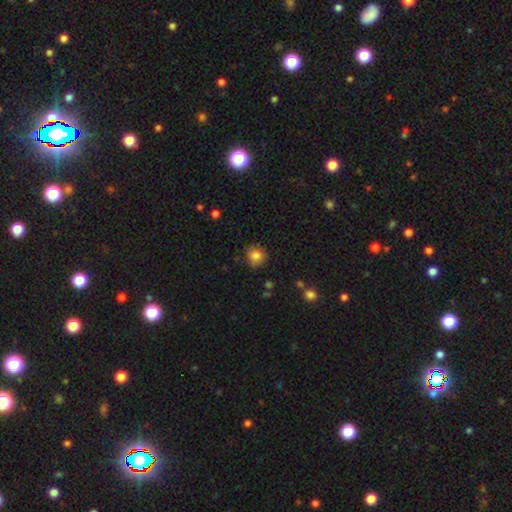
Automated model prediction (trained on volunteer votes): A smooth galaxy with no disk features (83%) that is round (88%). Merging: none (82%).